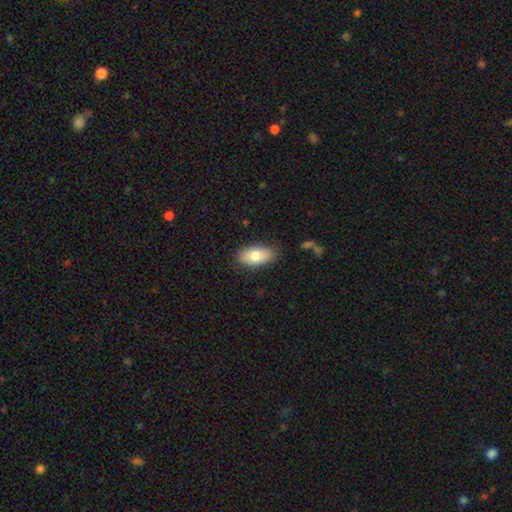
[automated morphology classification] A smooth galaxy with no disk features (77%) that is in between round and cigar-shaped (92%). Merging: none (82%).